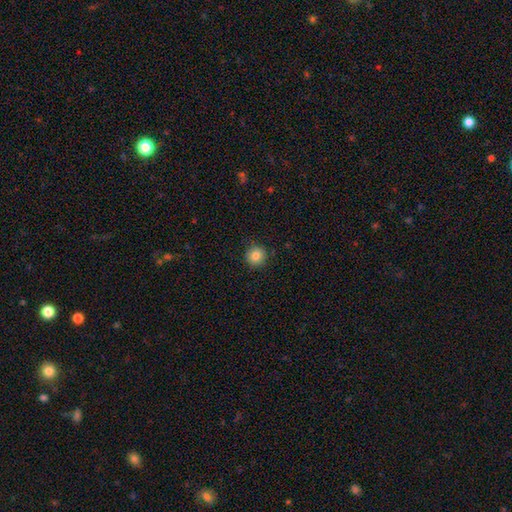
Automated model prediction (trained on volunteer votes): The model was most divided on "smooth or featured": smooth: 84%, star or artifact: 10%, featured or disk: 6%. More confident: how rounded — round (93%); merging — none (88%).